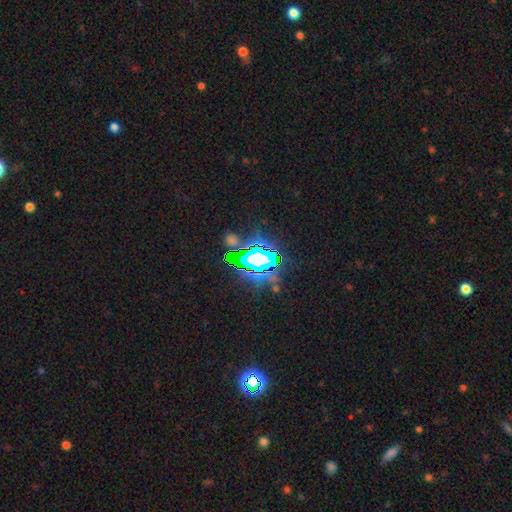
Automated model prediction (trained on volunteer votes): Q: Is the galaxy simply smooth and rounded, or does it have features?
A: star or artifact — 70%.